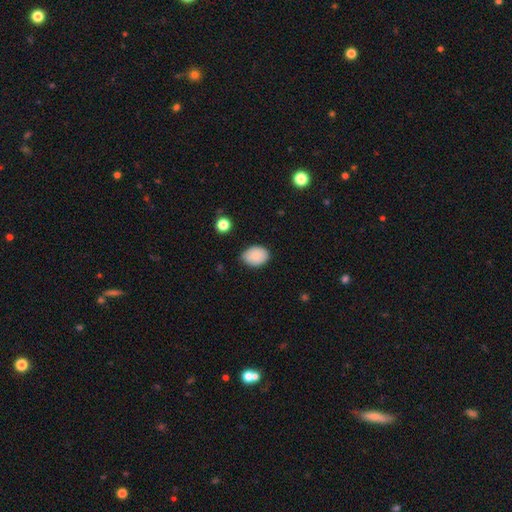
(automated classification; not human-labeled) This is clearly a smooth galaxy (88%). How rounded: likely in between (73%). Merging: likely none (78%).